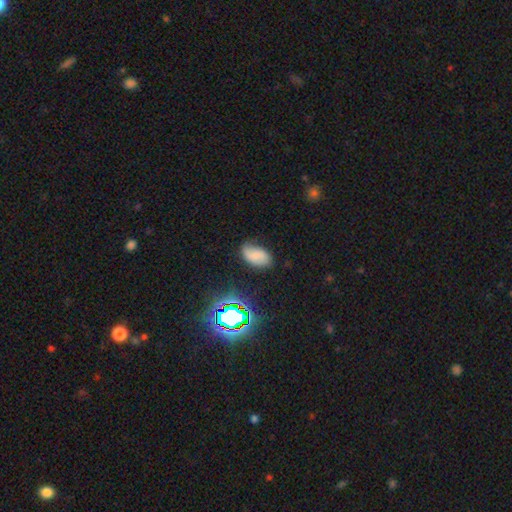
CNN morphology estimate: This appears to be a smooth galaxy with no disk features (64%) that is in between round and cigar-shaped (92%). Merging: none (66%).